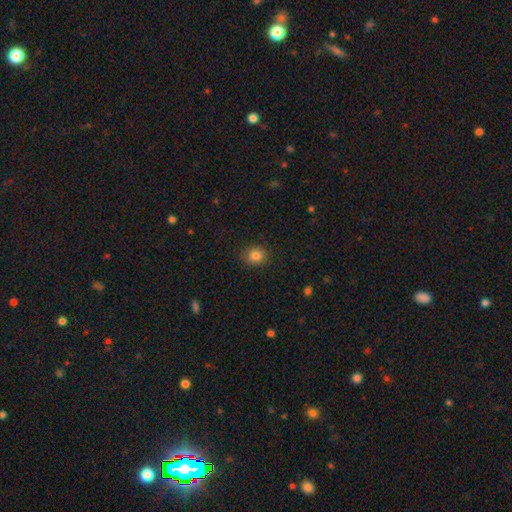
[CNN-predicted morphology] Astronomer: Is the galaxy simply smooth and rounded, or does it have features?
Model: smooth — 83%.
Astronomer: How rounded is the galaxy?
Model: round — 76%.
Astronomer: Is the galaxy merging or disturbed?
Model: none — 89%.